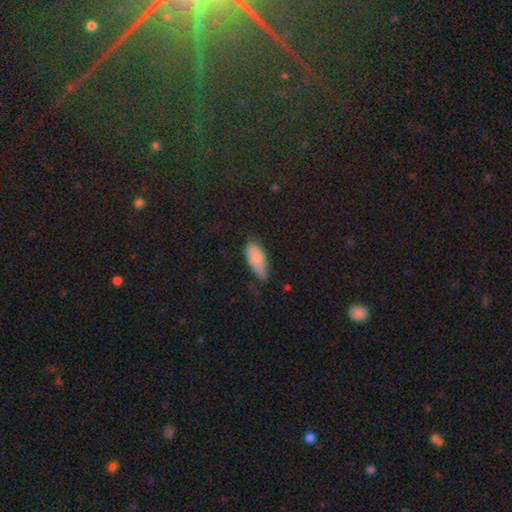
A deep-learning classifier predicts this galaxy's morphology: Overall: smooth (82%). How rounded: in between (82%). Merging: none (45%; minor disturbance 38%).